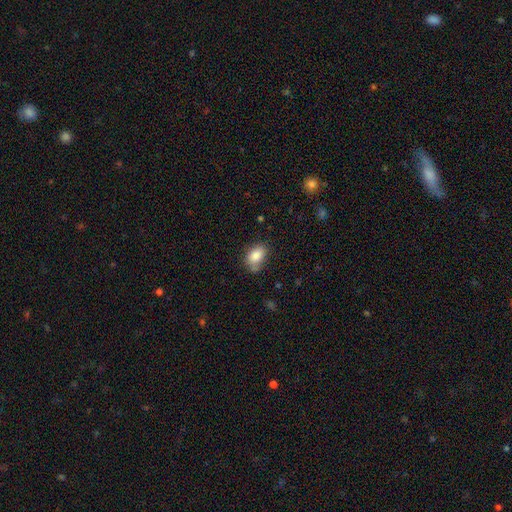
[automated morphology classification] Smooth or featured? Predicted: smooth (p=0.85). How rounded? Predicted: in between (p=0.84). Merging? Predicted: none (p=0.65).